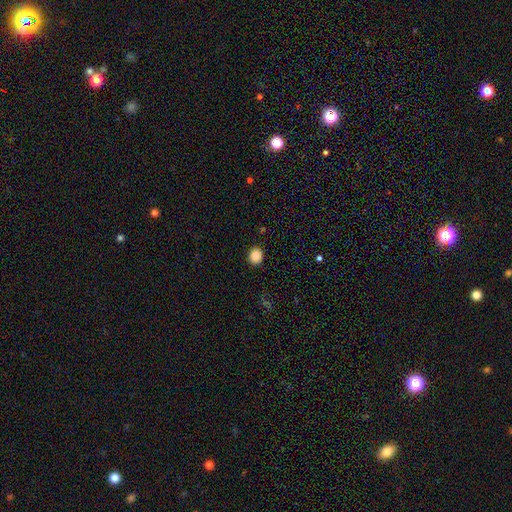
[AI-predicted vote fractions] smooth_or_featured: smooth (p=0.86) [alt: star or artifact p=0.10]
how_rounded: round (p=0.74) [alt: in between p=0.25]
merging: none (p=0.90) [alt: minor disturbance p=0.07]